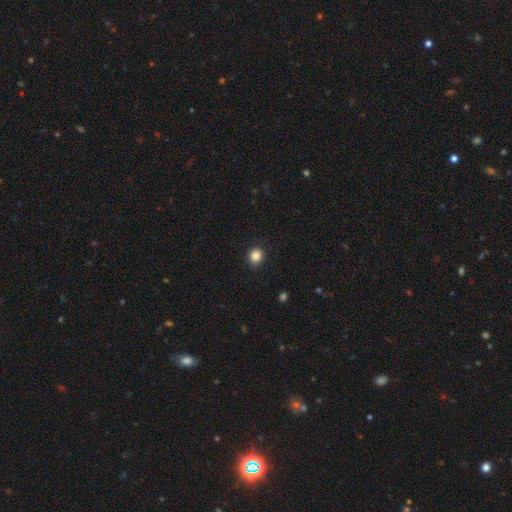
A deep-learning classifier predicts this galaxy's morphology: The model was most divided on "how rounded": round: 77%, in between: 22%, cigar-shaped: 1%. More confident: merging — none (89%); smooth or featured — smooth (86%).